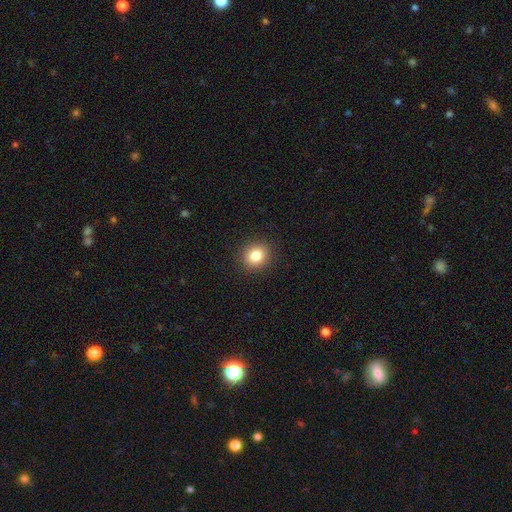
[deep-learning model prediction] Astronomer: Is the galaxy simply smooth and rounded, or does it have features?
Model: smooth — 83%.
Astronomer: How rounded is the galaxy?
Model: round — 77%.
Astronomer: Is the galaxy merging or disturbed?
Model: none — 91%.